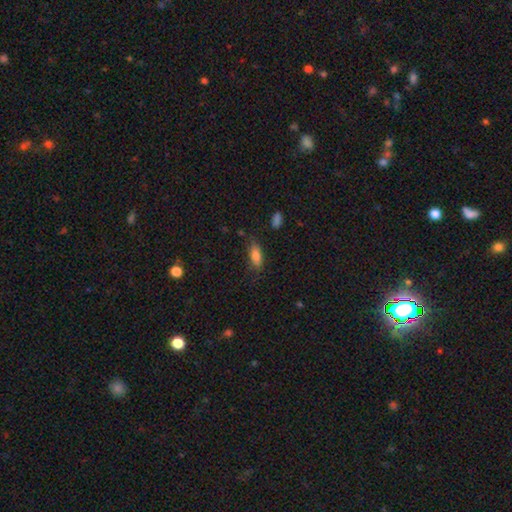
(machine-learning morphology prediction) Smooth or featured? smooth (80%)
How rounded? in between (72%)
Merging? none (73%)